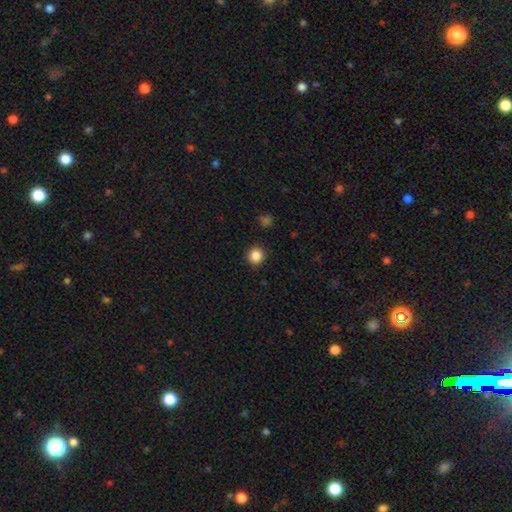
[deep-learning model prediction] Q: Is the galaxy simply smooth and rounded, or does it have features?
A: smooth — 86%.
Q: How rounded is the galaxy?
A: round — 90%.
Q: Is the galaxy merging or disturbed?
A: none — 91%.